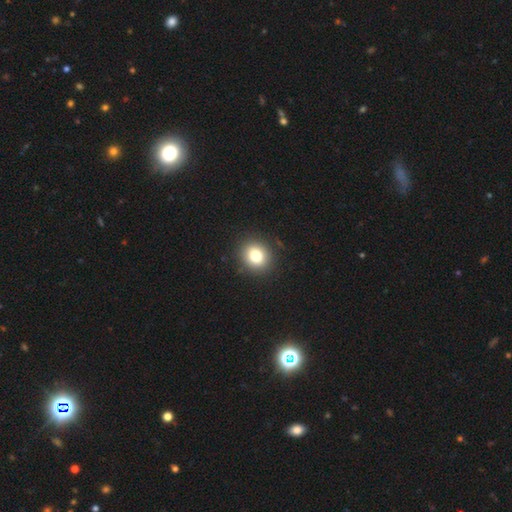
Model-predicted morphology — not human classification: This appears to be a smooth galaxy with no disk features (80%) that is round (76%). Merging: none (90%).